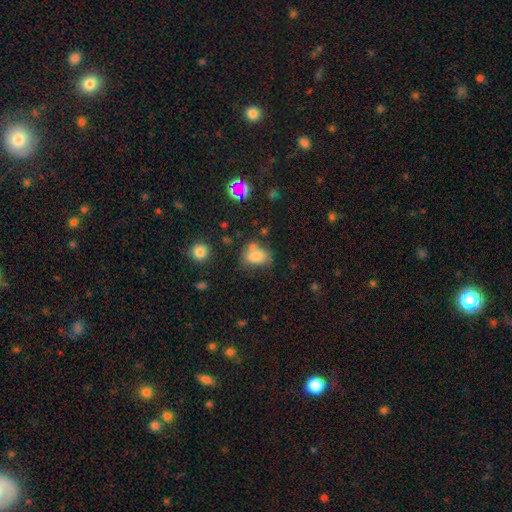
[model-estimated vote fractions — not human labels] smooth 77%, star or artifact 12%, featured or disk 11%. Down the decision tree: how rounded — in between (75%); merging — none (46%).